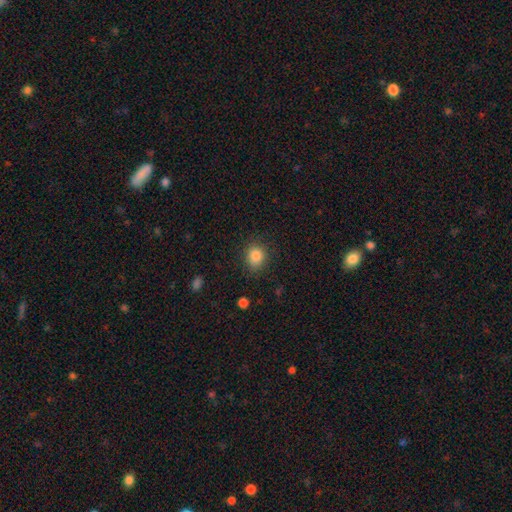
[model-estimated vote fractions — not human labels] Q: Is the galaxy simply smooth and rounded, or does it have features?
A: smooth — 85%.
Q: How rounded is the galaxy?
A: round — 69%.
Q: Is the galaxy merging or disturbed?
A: none — 81%.